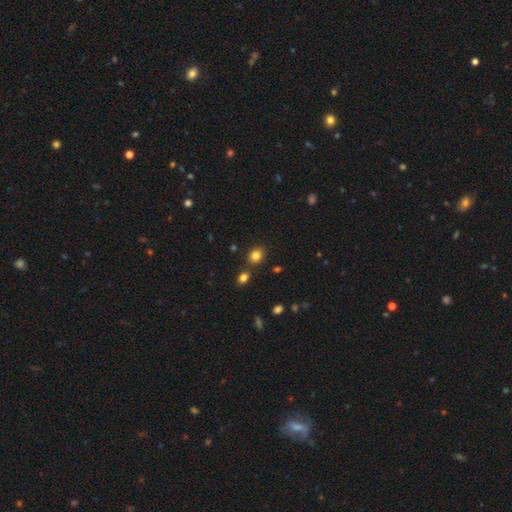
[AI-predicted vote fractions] This is clearly a smooth galaxy (82%). How rounded: likely round (66%). Merging: likely none (80%).